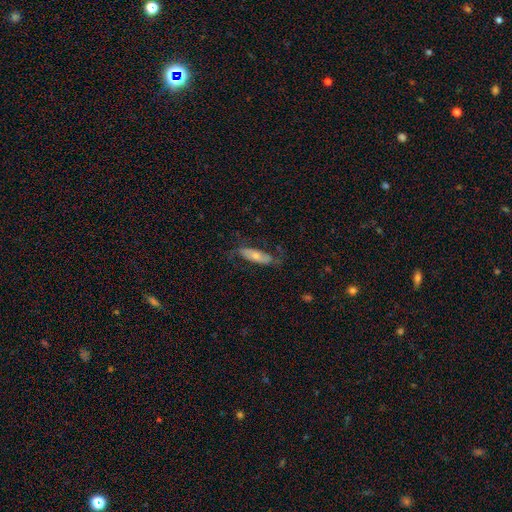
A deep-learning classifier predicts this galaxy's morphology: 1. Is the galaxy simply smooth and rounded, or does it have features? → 48% featured or disk, 45% smooth, 7% star or artifact.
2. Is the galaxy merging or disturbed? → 64% none, 22% minor disturbance, 13% major disturbance, 2% merger.